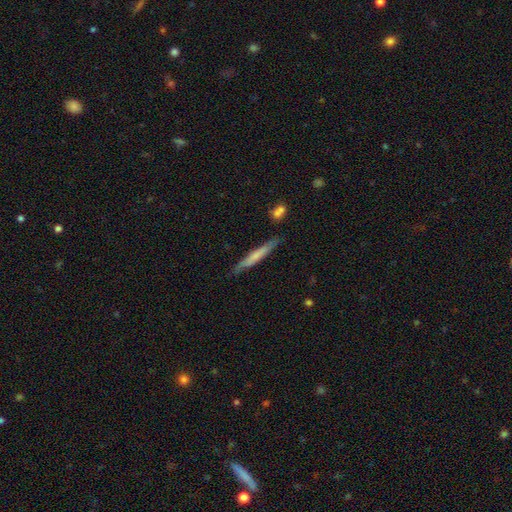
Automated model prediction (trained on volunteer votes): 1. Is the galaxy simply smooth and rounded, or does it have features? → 53% smooth, 41% featured or disk, 6% star or artifact.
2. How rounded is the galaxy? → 95% cigar-shaped, 4% in between, 1% round.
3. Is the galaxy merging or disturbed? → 80% none, 14% minor disturbance, 3% merger, 3% major disturbance.